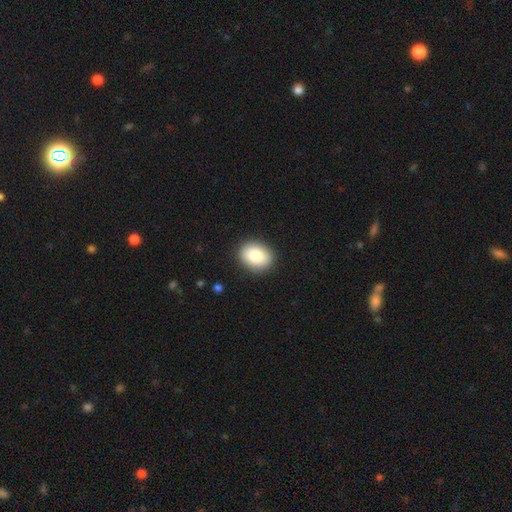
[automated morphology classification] Smooth or featured? smooth (83%)
How rounded? in between (58%)
Merging? none (89%)